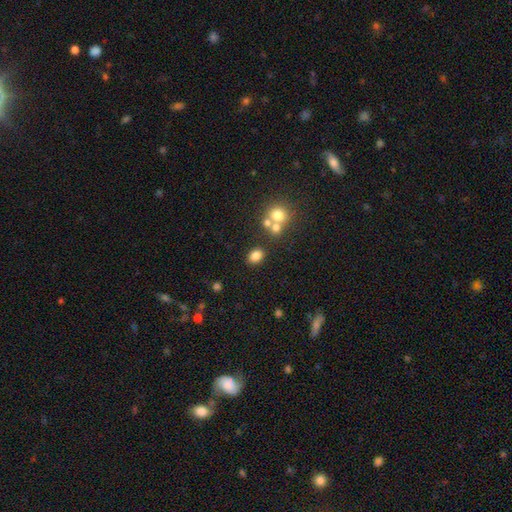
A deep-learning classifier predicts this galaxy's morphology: A smooth galaxy with no disk features (81%) that is in between round and cigar-shaped (68%). Merging: none (78%).